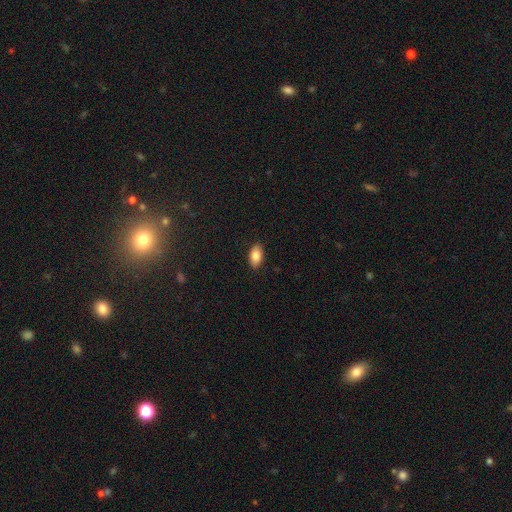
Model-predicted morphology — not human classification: Smooth or featured? smooth (85%)
How rounded? in between (93%)
Merging? none (89%)